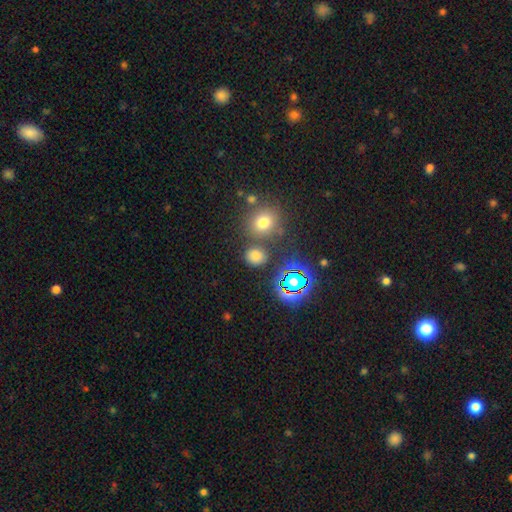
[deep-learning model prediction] The model was most divided on "smooth or featured": smooth: 69%, star or artifact: 25%, featured or disk: 6%. More confident: merging — none (78%); how rounded — round (73%).